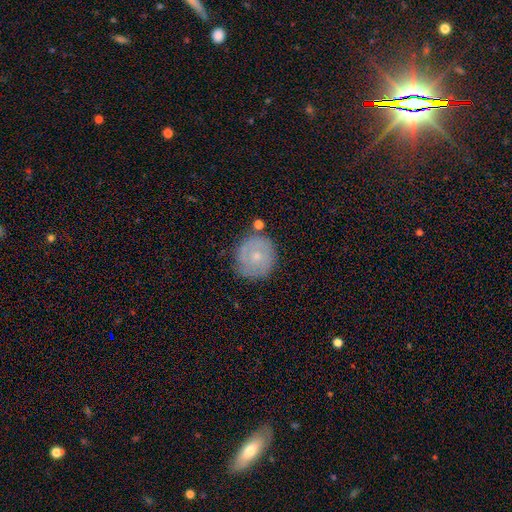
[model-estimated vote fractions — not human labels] smooth 47%, featured or disk 46%, star or artifact 8%. Down the decision tree: merging — none (77%).